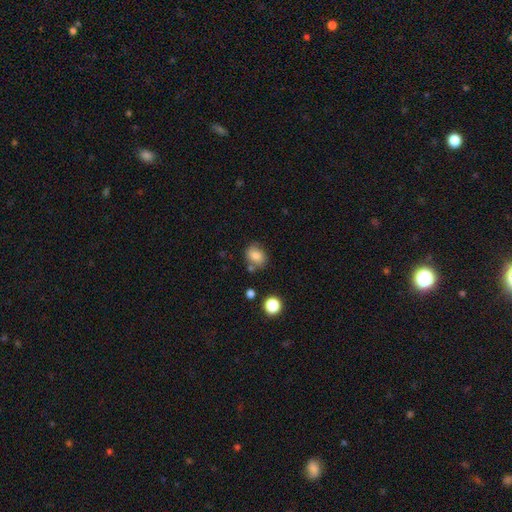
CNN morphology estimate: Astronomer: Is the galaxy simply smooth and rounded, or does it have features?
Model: smooth — 78%.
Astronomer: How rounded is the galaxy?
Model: round — 53% (runner-up: in between, 46%).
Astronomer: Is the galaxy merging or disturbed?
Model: none — 71%.